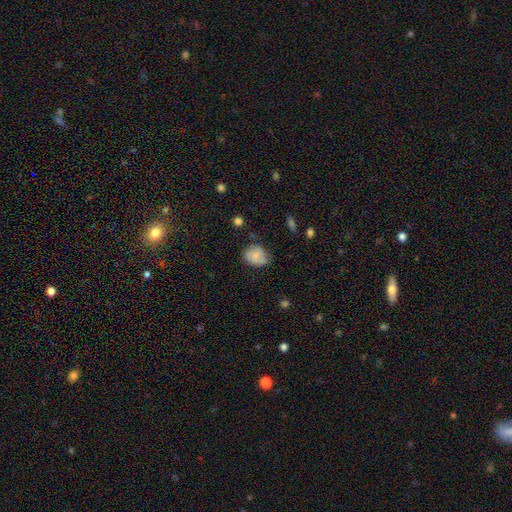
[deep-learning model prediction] smooth 75%, featured or disk 17%, star or artifact 8%. Down the decision tree: how rounded — in between (52%); merging — none (66%).